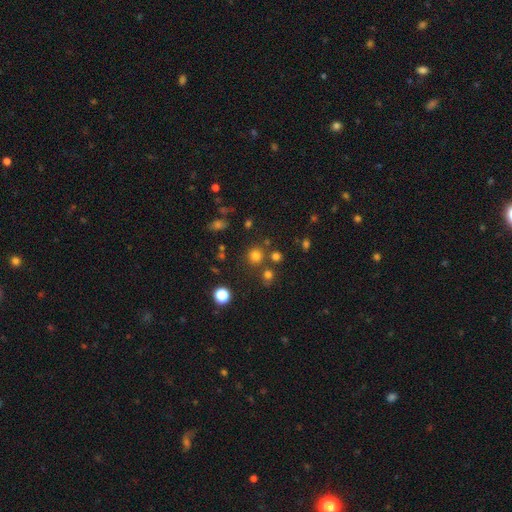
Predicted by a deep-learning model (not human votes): Smooth or featured: smooth — 74% (star or artifact — 20%)
How rounded: round — 91% (in between — 8%)
Merging: none — 80% (merger — 9%)